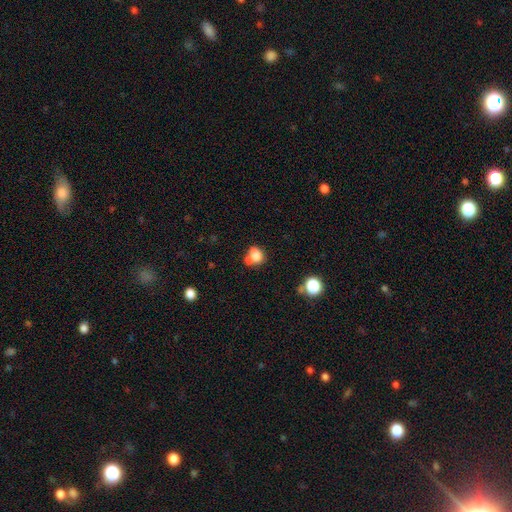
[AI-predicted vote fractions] This appears to be a smooth galaxy with no disk features (77%) that is in between round and cigar-shaped (57%). Merging: merger (44%).